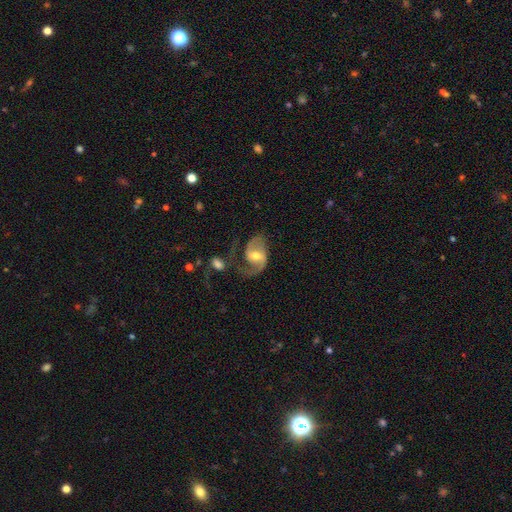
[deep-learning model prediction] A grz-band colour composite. It shows a featured or disk galaxy (81%) with a weak bar (48%), 2 (72%) medium (44%) spiral arms (93%) and a moderate central bulge (71%). Merging: none (37%).